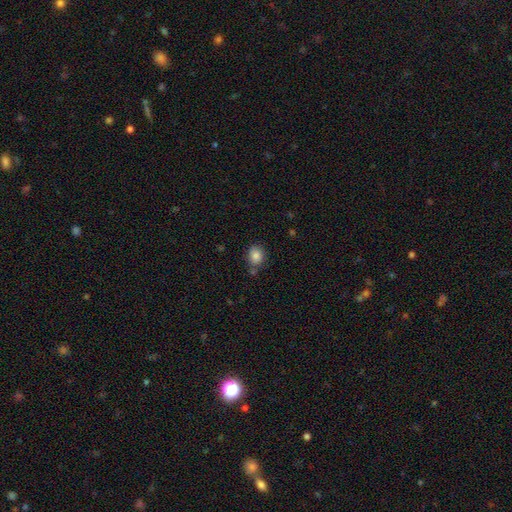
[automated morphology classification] Overall: smooth (85%). How rounded: round (58%; in between 41%). Merging: none (71%).